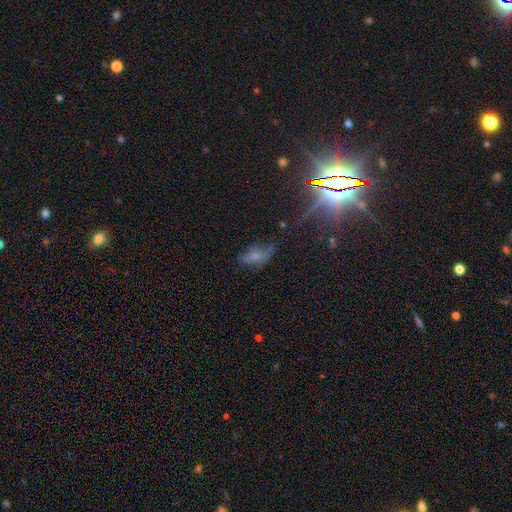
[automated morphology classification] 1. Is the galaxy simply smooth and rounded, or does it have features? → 50% smooth, 26% featured or disk, 24% star or artifact.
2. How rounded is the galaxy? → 83% in between, 10% cigar-shaped, 7% round.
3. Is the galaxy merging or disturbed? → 48% none, 29% minor disturbance, 19% major disturbance, 3% merger.